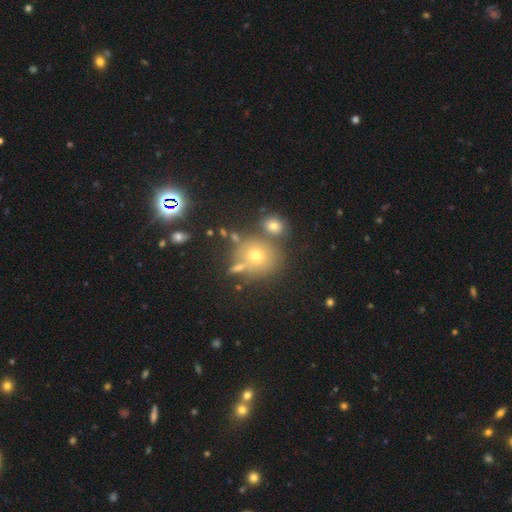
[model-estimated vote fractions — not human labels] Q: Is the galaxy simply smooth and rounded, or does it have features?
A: smooth — 61%.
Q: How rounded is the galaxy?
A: round — 85%.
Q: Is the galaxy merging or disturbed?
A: none — 63%.